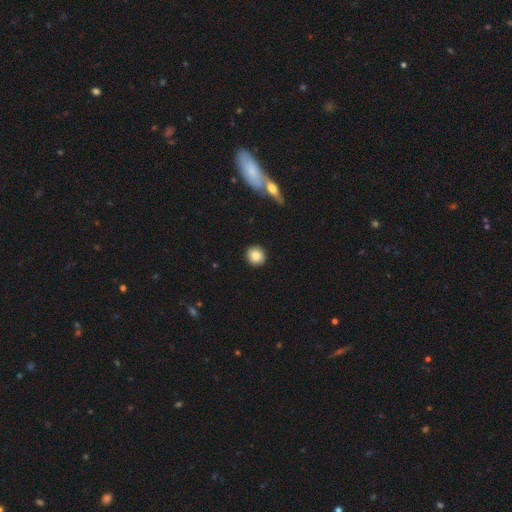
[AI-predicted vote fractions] smooth 85%, star or artifact 8%, featured or disk 6%. Down the decision tree: how rounded — round (90%); merging — none (90%).